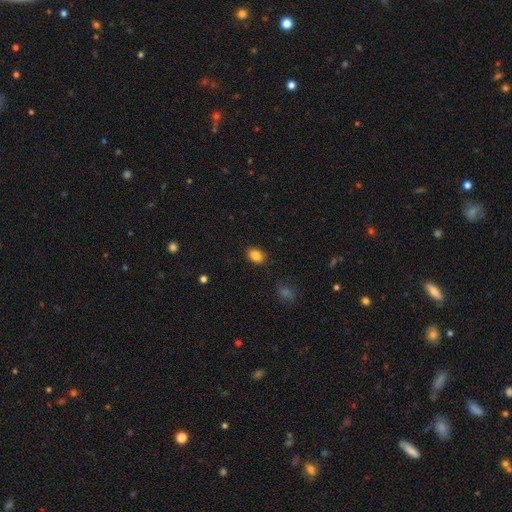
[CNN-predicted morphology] This is clearly a smooth galaxy (86%). How rounded: likely in between (67%). Merging: clearly none (88%).